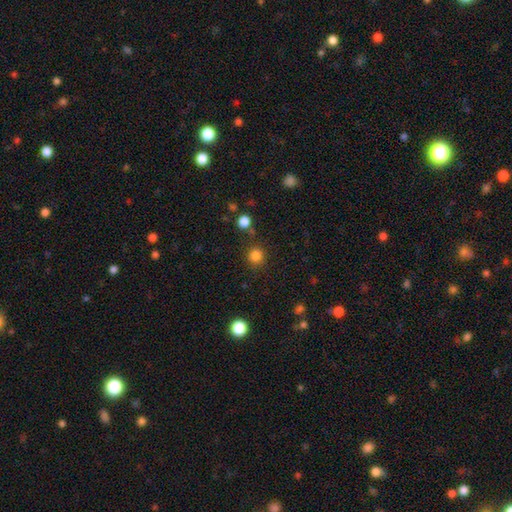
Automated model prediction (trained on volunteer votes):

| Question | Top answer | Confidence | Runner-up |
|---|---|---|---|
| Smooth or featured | smooth | 83% | star or artifact (13%) |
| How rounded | round | 91% | in between (8%) |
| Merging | none | 85% | minor disturbance (8%) |